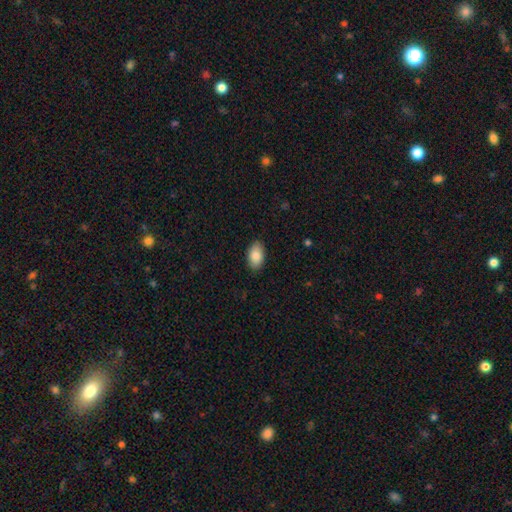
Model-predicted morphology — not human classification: This is clearly a smooth galaxy (87%). How rounded: clearly in between (94%). Merging: clearly none (88%).